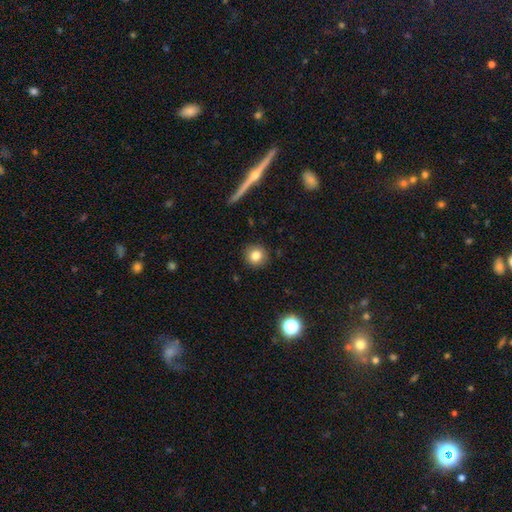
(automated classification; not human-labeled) smooth-or-featured: smooth: 81% | star or artifact: 11% | featured or disk: 8%
  how-rounded: round: 92% | in between: 7% | cigar-shaped: 1%
  merging: none: 91% | minor disturbance: 6% | major disturbance: 2% | merger: 1%